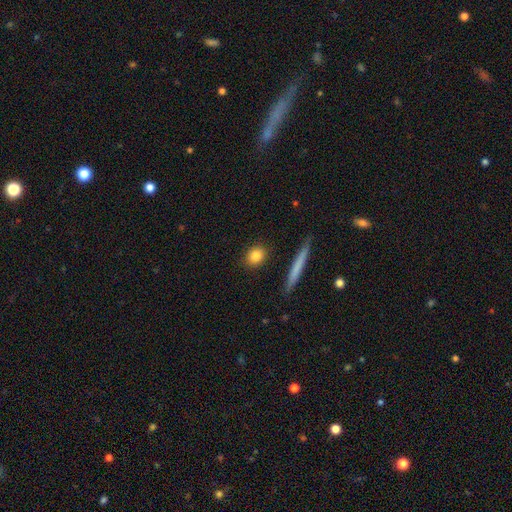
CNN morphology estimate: A smooth galaxy with no disk features (84%) that is round (57%). Merging: none (89%).